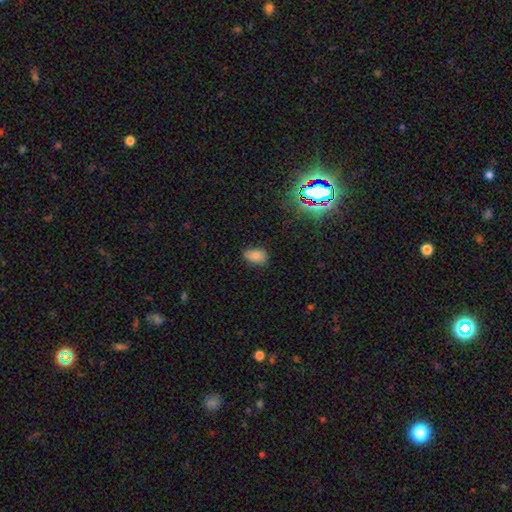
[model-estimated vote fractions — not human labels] A smooth galaxy with no disk features (76%) that is in between round and cigar-shaped (87%). Merging: none (71%).